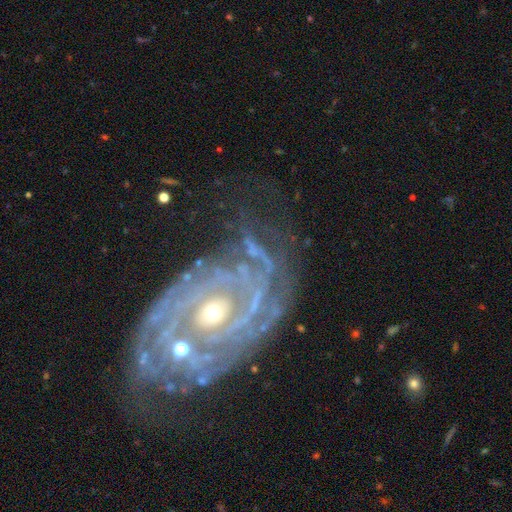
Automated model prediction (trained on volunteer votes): Overall: featured or disk (88%). Edge-on disk: no (96%). Bar: no (74%). Spiral arms: yes (95%). Spiral arm count: can't tell (30%; 2 18%). Spiral winding: tight (78%). Bulge size: small (59%; moderate 38%). Merging: none (62%).